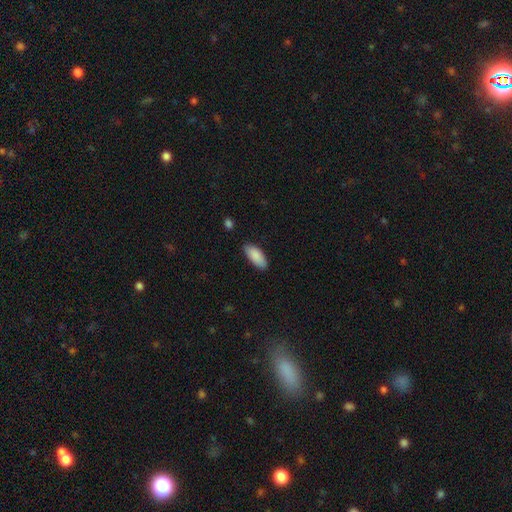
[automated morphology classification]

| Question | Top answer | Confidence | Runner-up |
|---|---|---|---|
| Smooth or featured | smooth | 89% | star or artifact (6%) |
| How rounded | in between | 86% | cigar-shaped (12%) |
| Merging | none | 83% | minor disturbance (13%) |